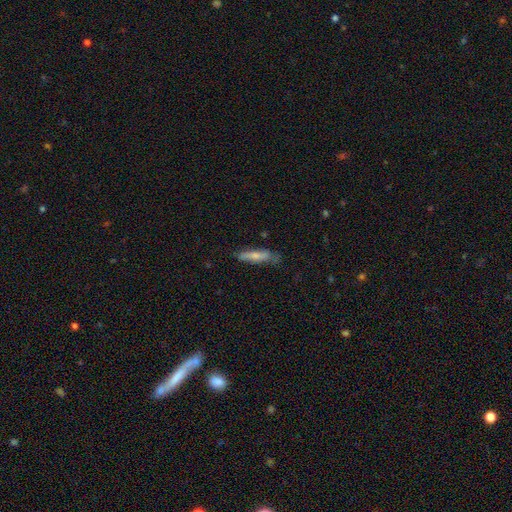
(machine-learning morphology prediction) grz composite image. It shows a smooth galaxy with no disk features (68%) that is cigar-shaped (80%). Merging: none (66%).